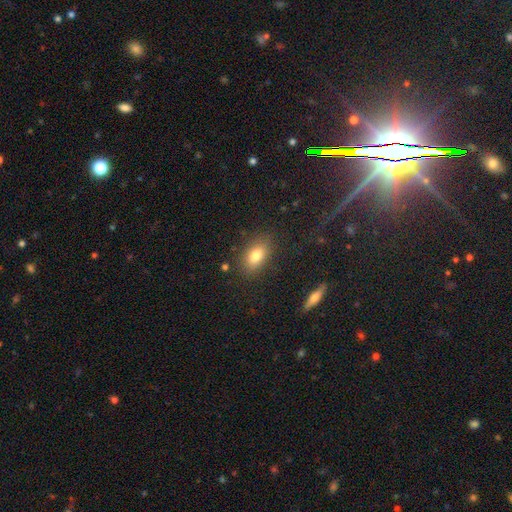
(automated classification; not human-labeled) Smooth or featured? Predicted: smooth (p=0.80). How rounded? Predicted: in between (p=0.87). Merging? Predicted: none (p=0.83).